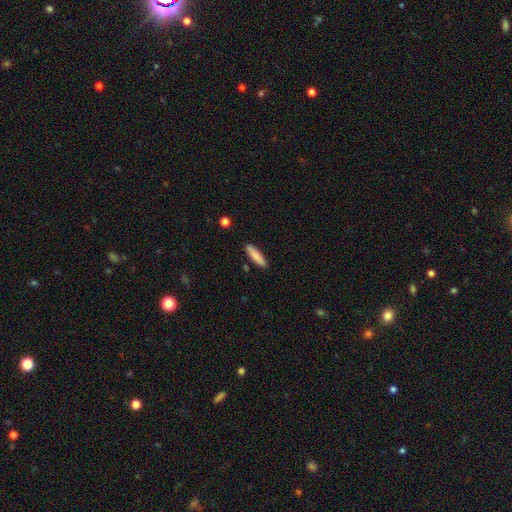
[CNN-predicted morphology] Smooth or featured? smooth (84%)
How rounded? cigar-shaped (74%)
Merging? none (88%)